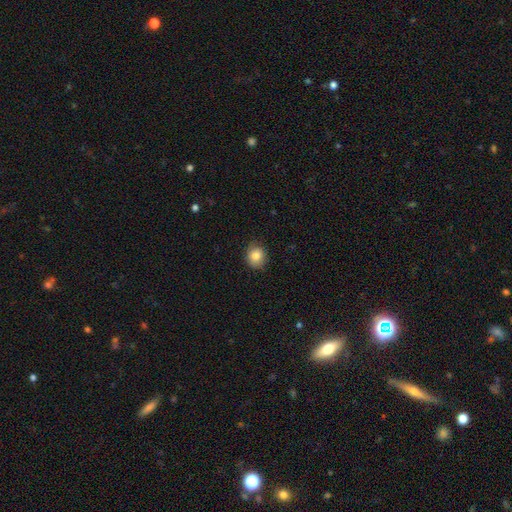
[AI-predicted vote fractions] This appears to be a smooth galaxy with no disk features (83%) that is round (80%). Merging: none (83%).